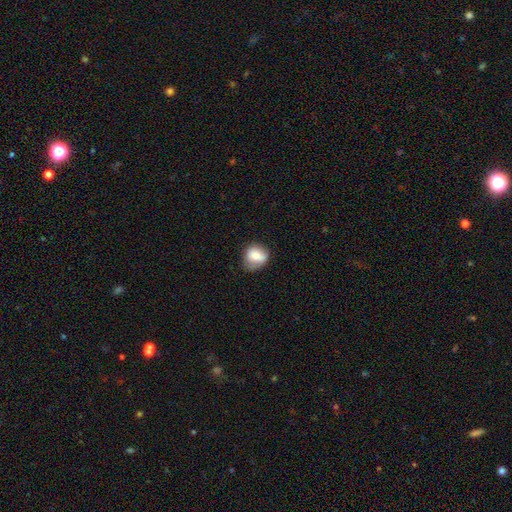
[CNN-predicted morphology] type=smooth (76%); roundness=round (68%); merging=none (61%).